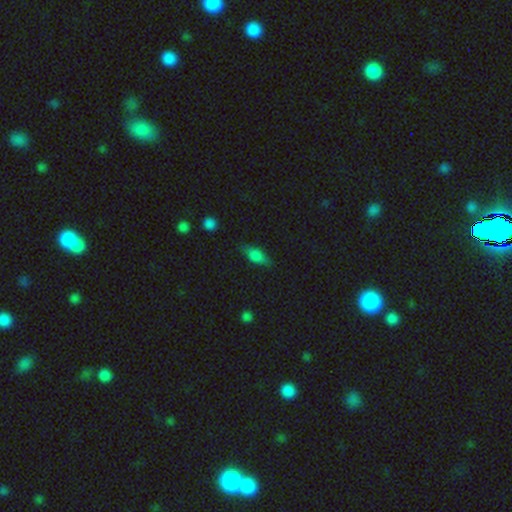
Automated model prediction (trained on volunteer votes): Overall: smooth (69%). How rounded: in between (73%). Merging: none (72%).